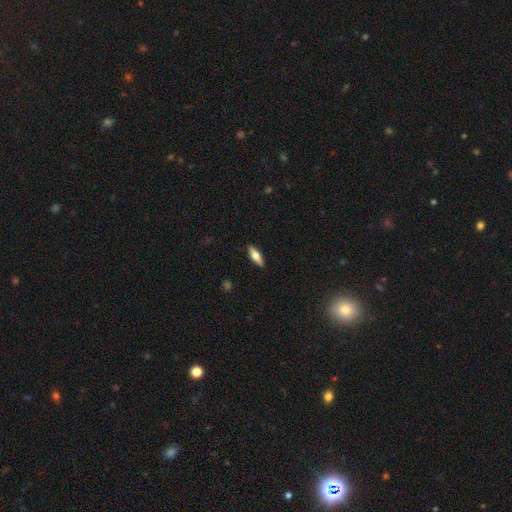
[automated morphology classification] smooth_or_featured: smooth (p=0.57) [alt: featured or disk p=0.37]
how_rounded: in between (p=0.52) [alt: cigar-shaped p=0.45]
merging: none (p=0.89) [alt: minor disturbance p=0.08]